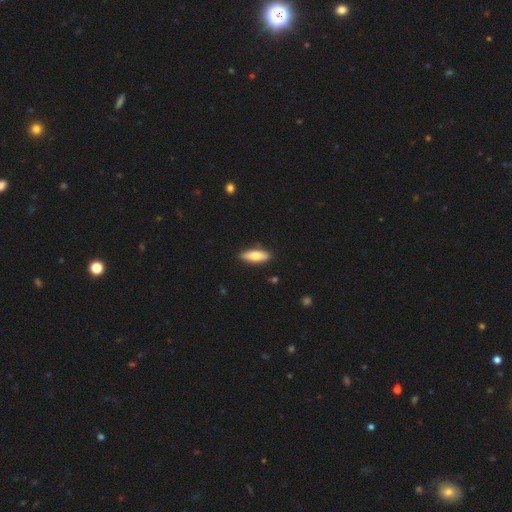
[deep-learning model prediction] This is likely a smooth galaxy (76%). How rounded: likely in between (62%). Merging: clearly none (88%).